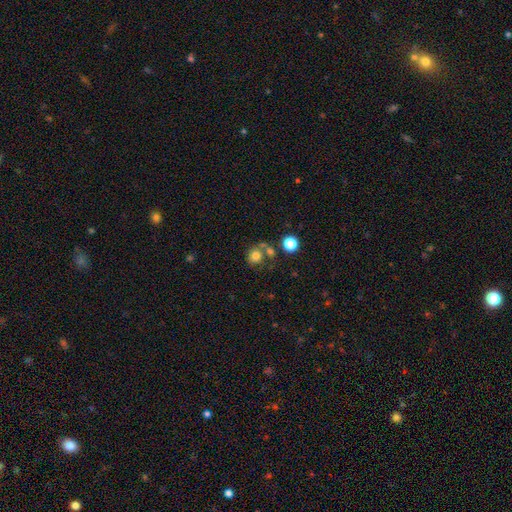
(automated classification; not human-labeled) Q: Smooth or featured?
A: smooth (75%); runner-up: star or artifact (14%)
Q: How rounded?
A: round (81%); runner-up: in between (18%)
Q: Merging?
A: none (53%); runner-up: merger (28%)